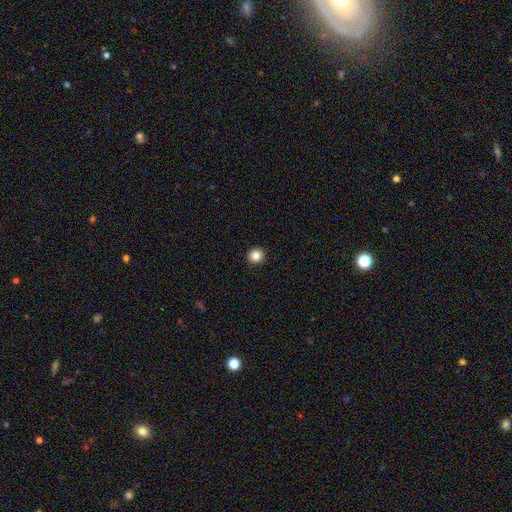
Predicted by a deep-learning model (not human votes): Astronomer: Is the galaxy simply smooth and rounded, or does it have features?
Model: smooth — 85%.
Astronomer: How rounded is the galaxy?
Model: round — 93%.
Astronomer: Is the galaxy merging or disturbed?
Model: none — 93%.